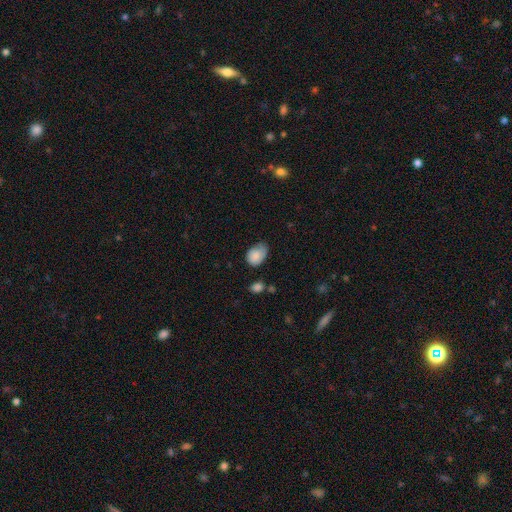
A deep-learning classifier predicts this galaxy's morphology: Smooth or featured?
  - smooth: 83% *
  - featured or disk: 9%
  - star or artifact: 7%
How rounded?
  - in between: 77% *
  - round: 21%
  - cigar-shaped: 1%
Merging?
  - none: 47% *
  - minor disturbance: 40%
  - major disturbance: 11%
  - merger: 3%